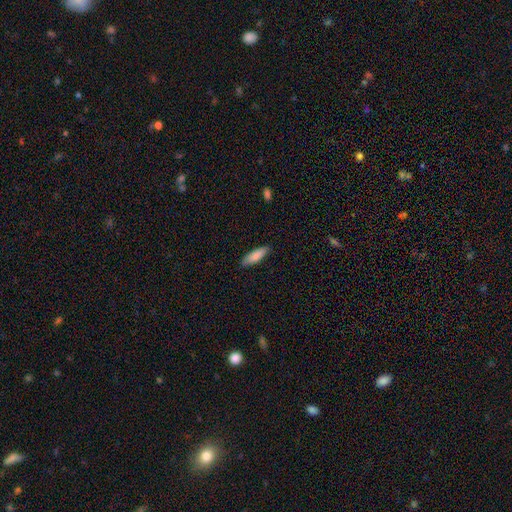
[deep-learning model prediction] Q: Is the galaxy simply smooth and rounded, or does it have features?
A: smooth — 83%.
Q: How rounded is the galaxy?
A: cigar-shaped — 54%.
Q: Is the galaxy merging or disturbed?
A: none — 86%.